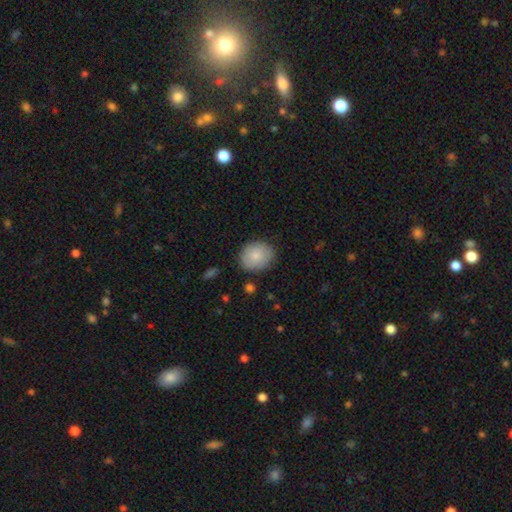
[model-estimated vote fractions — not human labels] smooth 83%, featured or disk 11%, star or artifact 7%. Down the decision tree: how rounded — round (64%); merging — none (82%).